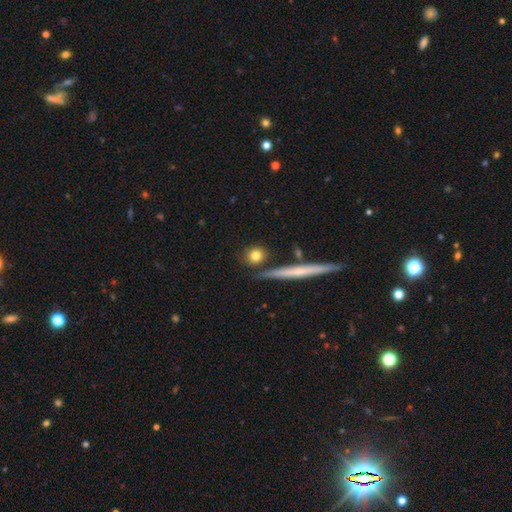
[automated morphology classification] A smooth galaxy with no disk features (79%) that is round (78%). Merging: none (80%).